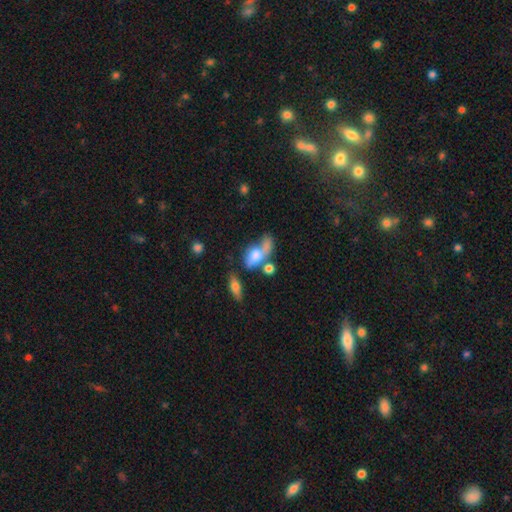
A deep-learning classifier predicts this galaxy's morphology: Smooth or featured? Predicted: smooth (p=0.62). How rounded? Predicted: in between (p=0.79). Merging? Predicted: merger (p=0.32).